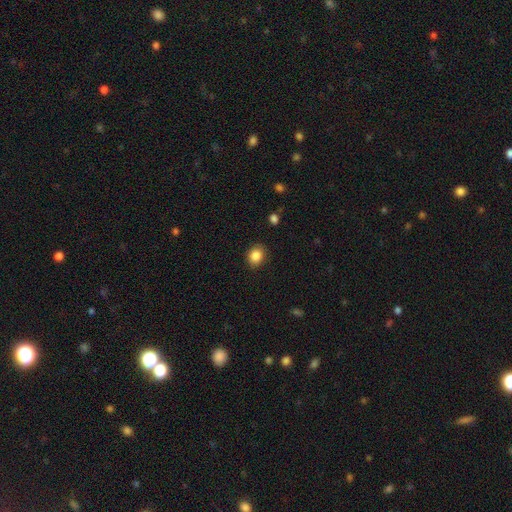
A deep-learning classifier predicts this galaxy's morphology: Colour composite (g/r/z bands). It shows a smooth galaxy with no disk features (87%) that is round (57%). Merging: none (87%).